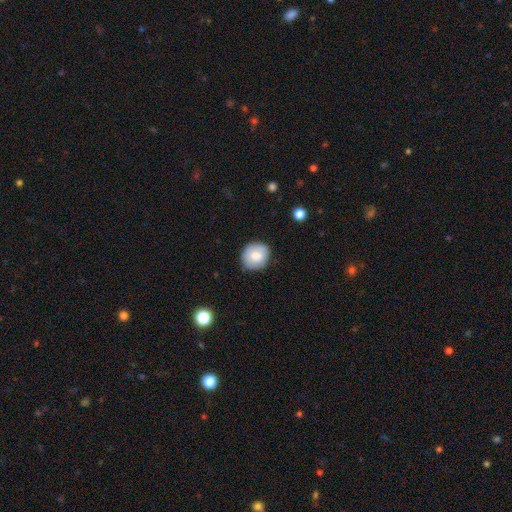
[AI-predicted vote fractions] Overall: smooth (78%). How rounded: round (82%). Merging: none (82%).